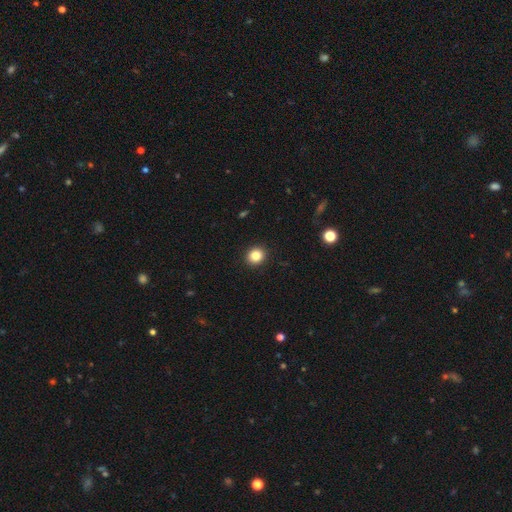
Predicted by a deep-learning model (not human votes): smooth 84%, star or artifact 11%, featured or disk 5%. Down the decision tree: how rounded — round (83%); merging — none (92%).